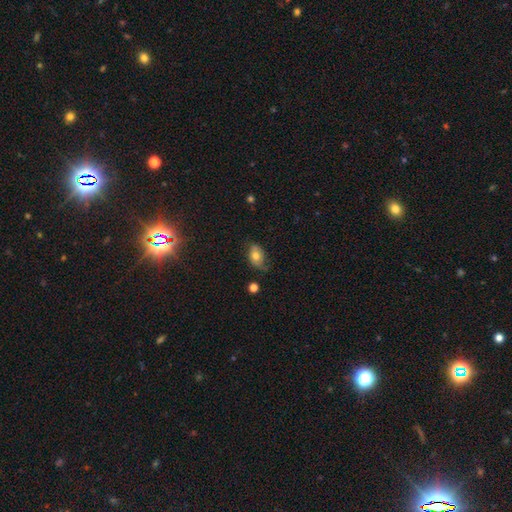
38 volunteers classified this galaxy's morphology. Smooth or featured? 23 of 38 (61%) said smooth. How rounded? 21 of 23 (91%) said in between. Merging? 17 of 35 (49%) said minor disturbance.